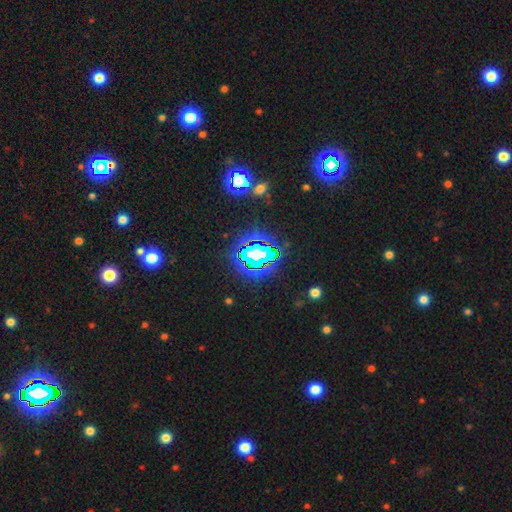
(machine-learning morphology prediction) type=star or artifact (82%).